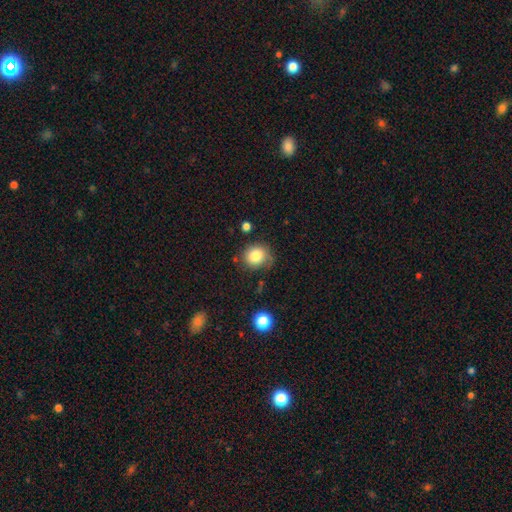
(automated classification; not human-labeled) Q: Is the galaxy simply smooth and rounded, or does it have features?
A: smooth — 80%.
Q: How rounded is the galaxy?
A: round — 74%.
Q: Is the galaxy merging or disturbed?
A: none — 66%.